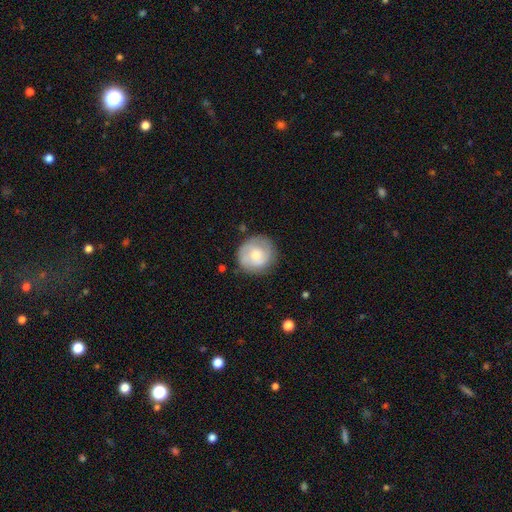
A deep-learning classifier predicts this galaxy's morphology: Overall: smooth (55%; featured or disk 38%). How rounded: round (92%). Merging: none (79%).